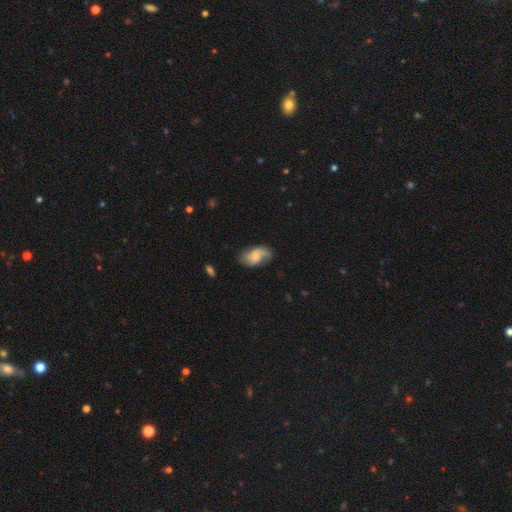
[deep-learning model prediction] The model was most divided on "bulge size": small: 50%, moderate: 34%, none: 12%, large: 4%, dominant: 1%. More confident: edge-on disk — no (96%); spiral arms — yes (89%); merging — none (65%); smooth or featured — featured or disk (56%); bar — no (55%).